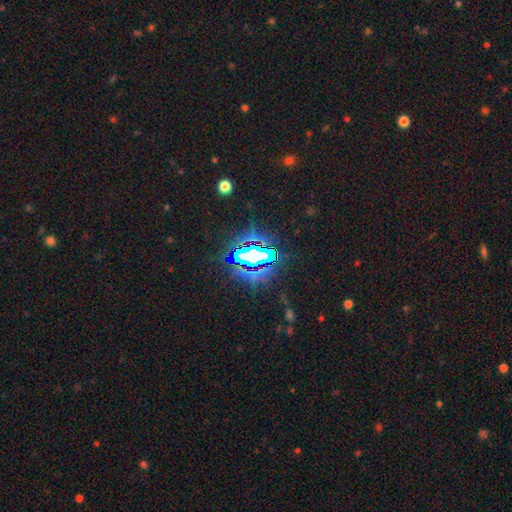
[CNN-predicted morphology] smooth-or-featured: star or artifact: 73% | smooth: 15% | featured or disk: 12%